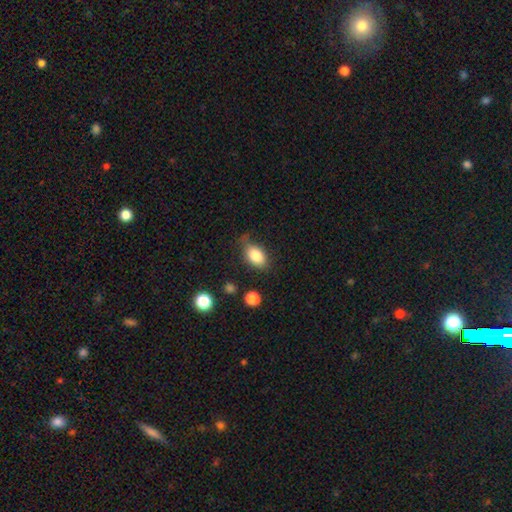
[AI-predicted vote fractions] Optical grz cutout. It shows a smooth galaxy with no disk features (83%) that is in between round and cigar-shaped (87%). Merging: none (62%).